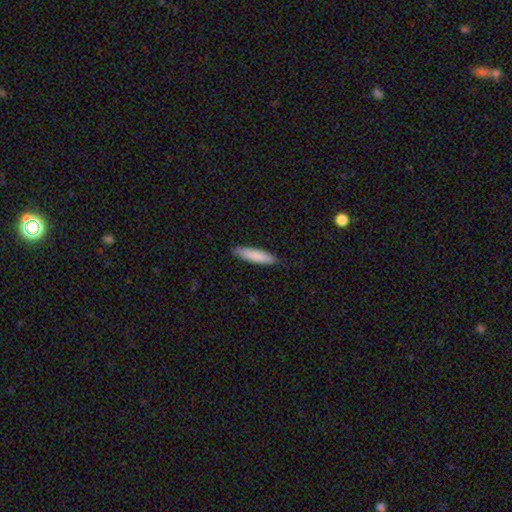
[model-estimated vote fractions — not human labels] A smooth galaxy with no disk features (85%) that is cigar-shaped (75%). Merging: none (86%).